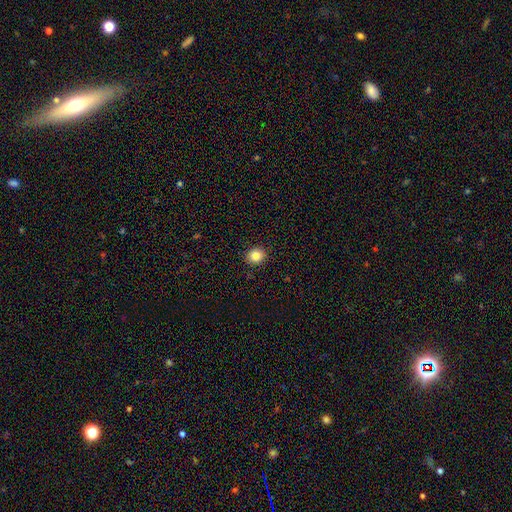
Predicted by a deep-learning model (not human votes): Smooth or featured? Predicted: smooth (p=0.84). How rounded? Predicted: round (p=0.83). Merging? Predicted: none (p=0.92).